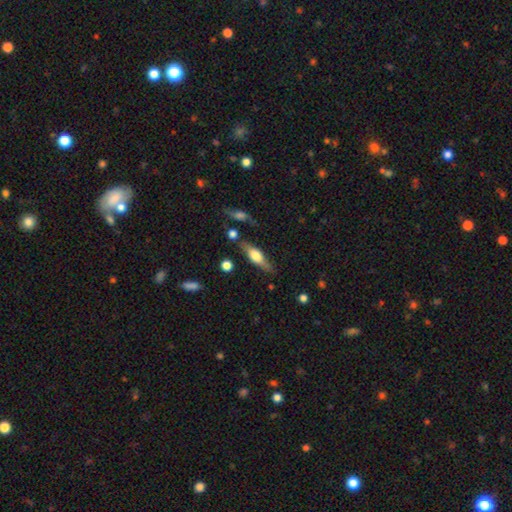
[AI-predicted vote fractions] Smooth or featured? Predicted: featured or disk (p=0.51). Edge-on disk? Predicted: yes (p=0.89). Merging? Predicted: none (p=0.76).